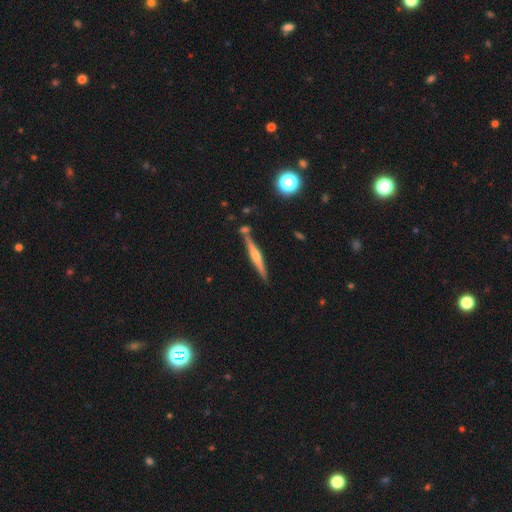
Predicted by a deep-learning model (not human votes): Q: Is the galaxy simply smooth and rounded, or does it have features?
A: featured or disk — 63%.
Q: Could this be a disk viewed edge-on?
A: yes — 97%.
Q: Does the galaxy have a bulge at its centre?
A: rounded — 65%.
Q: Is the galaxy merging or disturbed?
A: none — 80%.